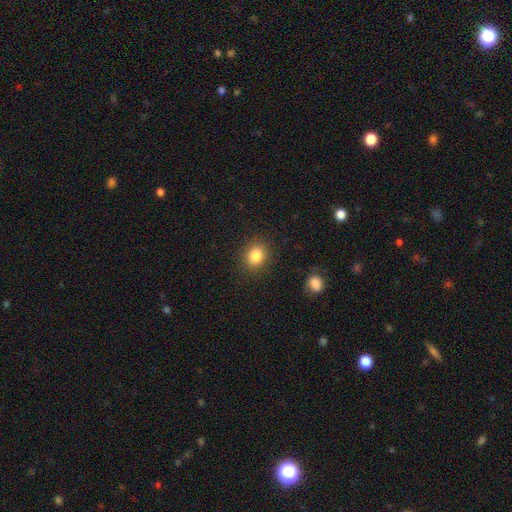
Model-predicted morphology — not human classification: Smooth or featured?
  - smooth: 84% *
  - star or artifact: 11%
  - featured or disk: 5%
How rounded?
  - round: 65% *
  - in between: 34%
  - cigar-shaped: 1%
Merging?
  - none: 88% *
  - minor disturbance: 8%
  - major disturbance: 3%
  - merger: 1%